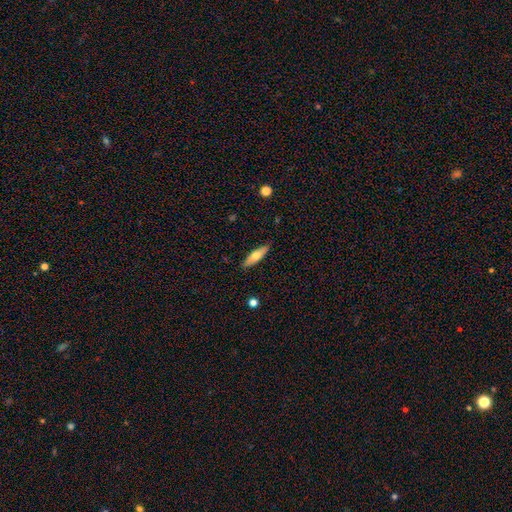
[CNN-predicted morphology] This is possibly a smooth galaxy (58%). How rounded: likely cigar-shaped (61%). Merging: clearly none (88%).